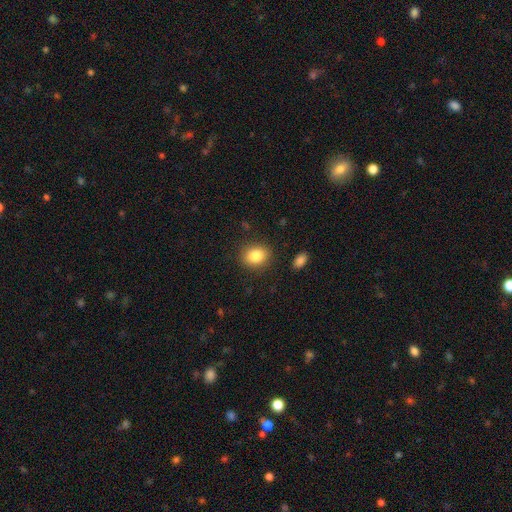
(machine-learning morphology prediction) smooth_or_featured: smooth (p=0.84) [alt: star or artifact p=0.09]
how_rounded: round (p=0.56) [alt: in between p=0.43]
merging: none (p=0.87) [alt: minor disturbance p=0.09]